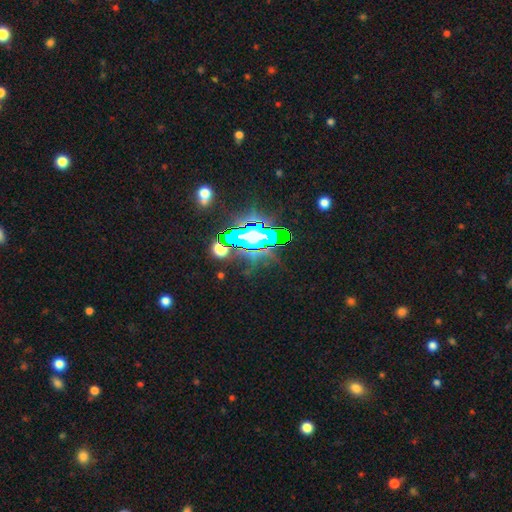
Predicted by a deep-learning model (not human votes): This appears to be a star or artifact, not a galaxy (64%).